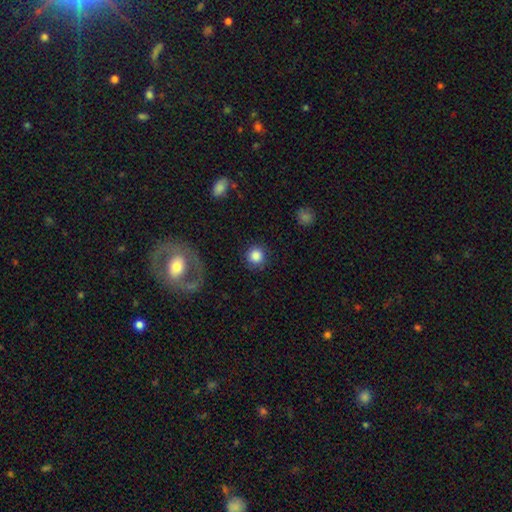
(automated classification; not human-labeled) Overall: smooth (85%). How rounded: round (93%). Merging: none (86%).